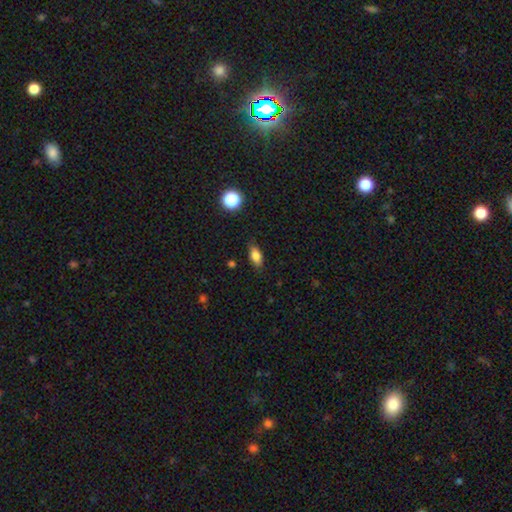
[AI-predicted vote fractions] Q: Smooth or featured?
A: smooth (82%); runner-up: star or artifact (10%)
Q: How rounded?
A: in between (85%); runner-up: cigar-shaped (9%)
Q: Merging?
A: none (86%); runner-up: minor disturbance (11%)